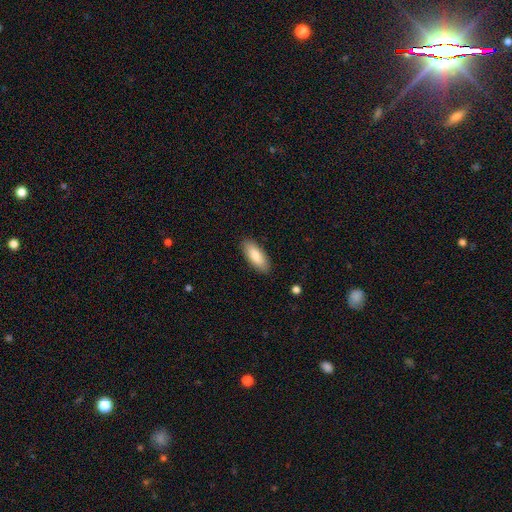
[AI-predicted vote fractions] The model was most divided on "how rounded": in between: 77%, cigar-shaped: 22%, round: 2%. More confident: merging — none (88%); smooth or featured — smooth (85%).